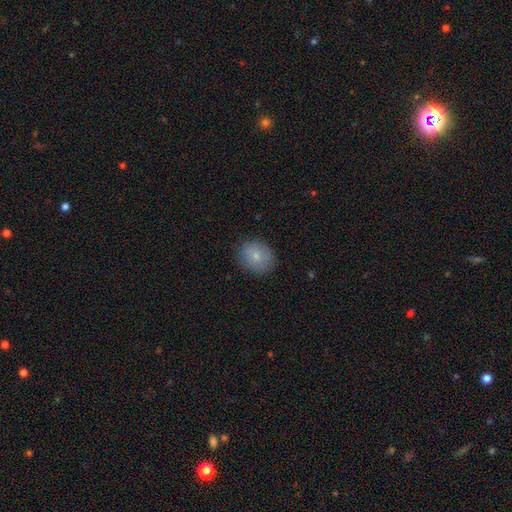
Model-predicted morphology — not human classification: Overall: smooth (81%). How rounded: round (66%; in between 33%). Merging: none (85%).